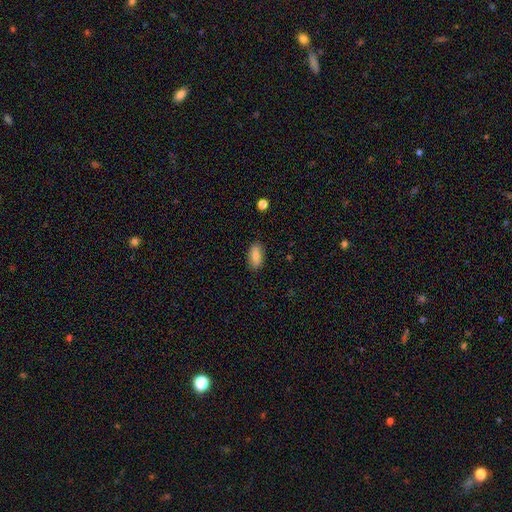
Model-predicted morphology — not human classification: A smooth galaxy with no disk features (83%) that is in between round and cigar-shaped (87%). Merging: none (86%).